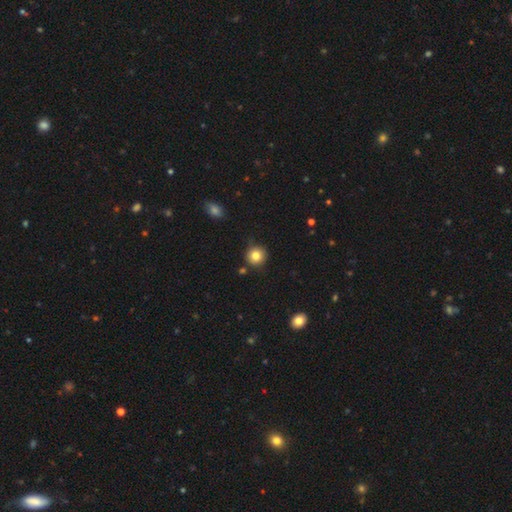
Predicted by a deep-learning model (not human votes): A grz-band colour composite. It shows a smooth galaxy with no disk features (82%) that is round (93%). Merging: none (85%).